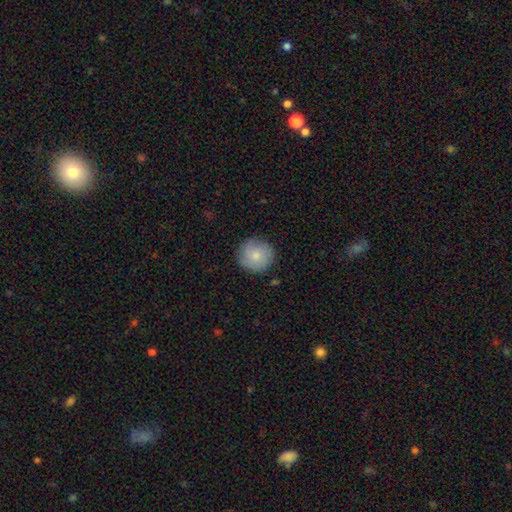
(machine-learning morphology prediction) smooth_or_featured: smooth (p=0.80) [alt: featured or disk p=0.14]
how_rounded: round (p=0.94) [alt: in between p=0.05]
merging: none (p=0.85) [alt: minor disturbance p=0.11]